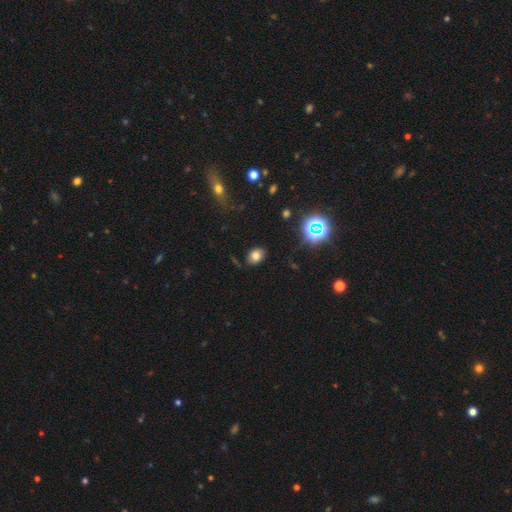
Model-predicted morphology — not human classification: This appears to be a smooth galaxy with no disk features (74%) that is in between round and cigar-shaped (66%). Merging: none (81%).